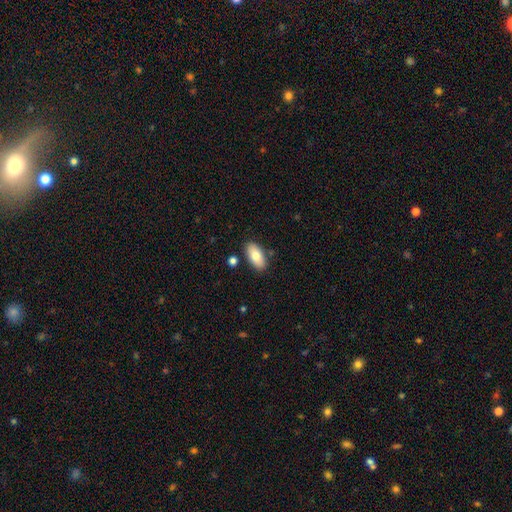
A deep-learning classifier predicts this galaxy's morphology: type=smooth (79%); roundness=in between (93%); merging=none (85%).